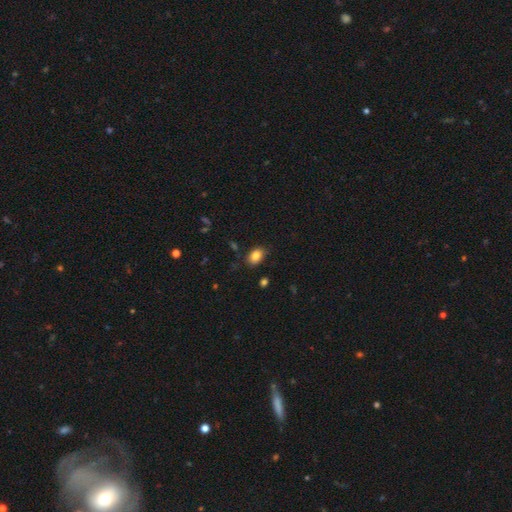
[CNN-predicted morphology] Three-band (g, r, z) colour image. It shows a smooth galaxy with no disk features (83%) that is in between round and cigar-shaped (80%). Merging: none (81%).